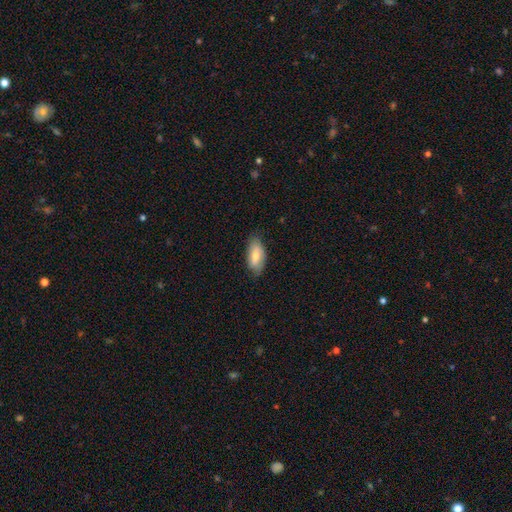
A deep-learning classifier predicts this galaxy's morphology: Smooth or featured: smooth — 75% (featured or disk — 19%)
How rounded: in between — 90% (cigar-shaped — 8%)
Merging: none — 75% (minor disturbance — 21%)